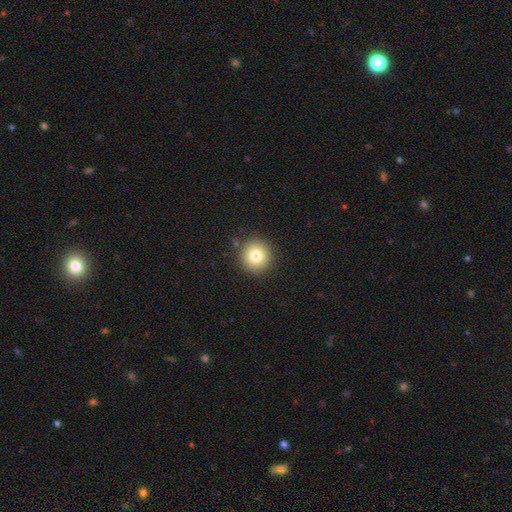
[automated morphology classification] Smooth or featured: smooth — 79% (star or artifact — 11%)
How rounded: round — 94% (in between — 5%)
Merging: none — 89% (minor disturbance — 7%)